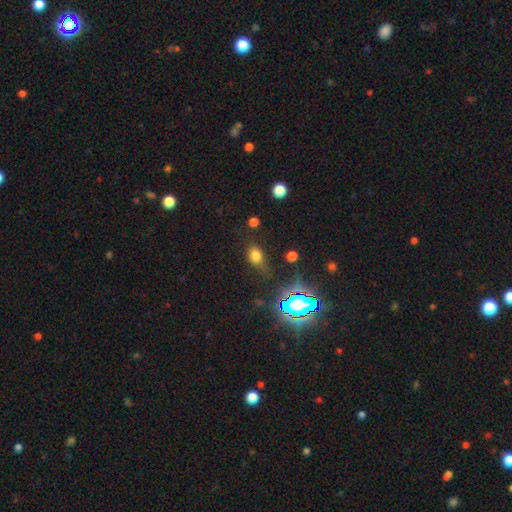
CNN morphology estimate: smooth-or-featured: smooth: 72% | star or artifact: 20% | featured or disk: 8%
  how-rounded: in between: 67% | round: 30% | cigar-shaped: 3%
  merging: none: 63% | minor disturbance: 24% | major disturbance: 10% | merger: 4%